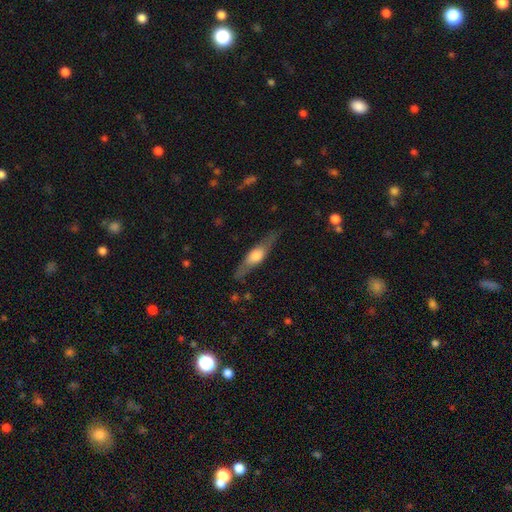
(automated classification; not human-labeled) smooth-or-featured: featured or disk: 58% | smooth: 36% | star or artifact: 6%
  disk-edge-on: yes: 89% | no: 11%
    edge-on-bulge: rounded: 86% | boxy: 10% | none: 4%
  merging: none: 80% | minor disturbance: 14% | major disturbance: 4% | merger: 2%